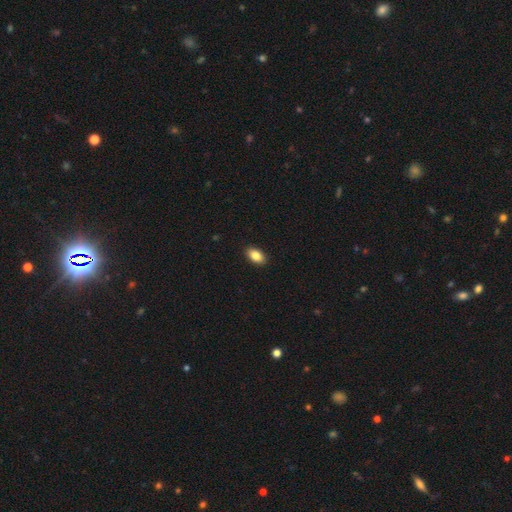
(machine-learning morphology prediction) Overall: smooth (86%). How rounded: in between (92%). Merging: none (90%).